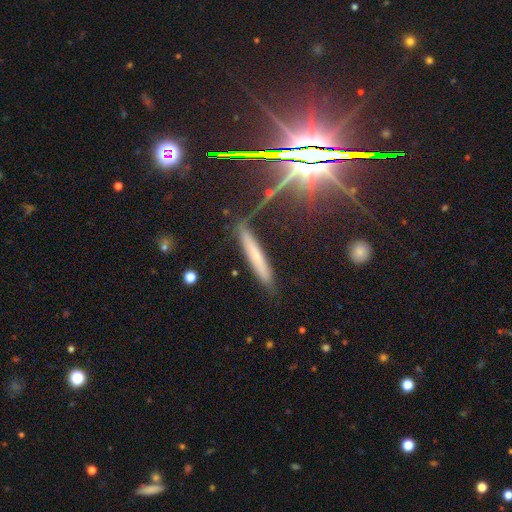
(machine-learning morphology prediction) Smooth or featured: smooth — 49% (featured or disk — 35%)
Merging: none — 82% (minor disturbance — 12%)